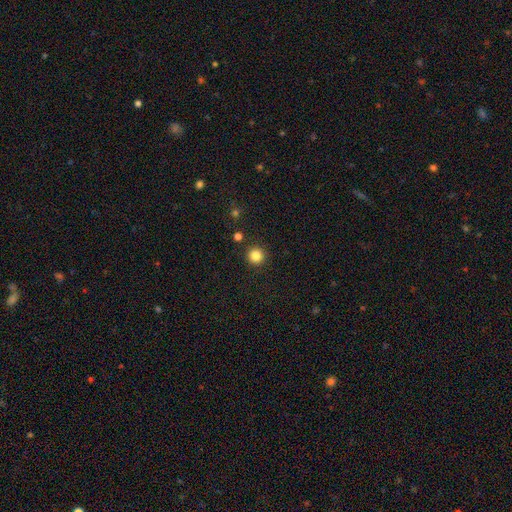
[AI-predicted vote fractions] The model was most divided on "smooth or featured": smooth: 84%, star or artifact: 12%, featured or disk: 4%. More confident: how rounded — round (95%); merging — none (91%).